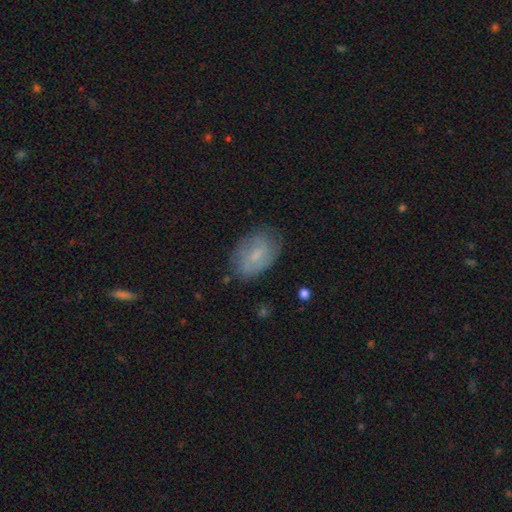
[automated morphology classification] type=smooth (53%); roundness=in between (88%); merging=none (73%).